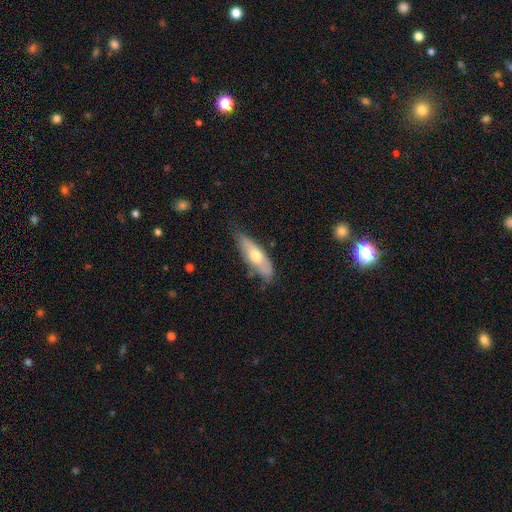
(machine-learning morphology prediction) This appears to be a smooth galaxy with no disk features (51%) that is in between round and cigar-shaped (59%). Merging: none (64%).